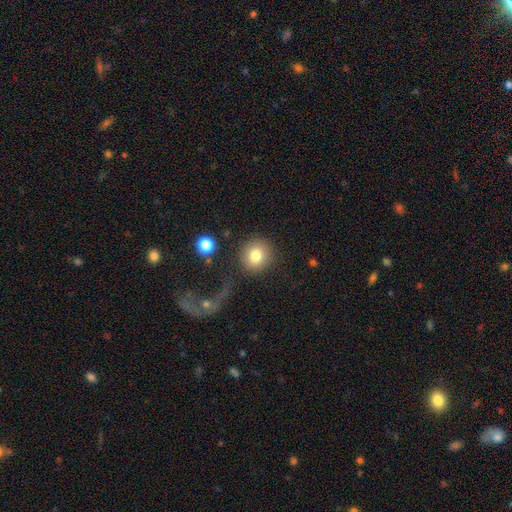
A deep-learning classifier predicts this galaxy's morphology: smooth 81%, featured or disk 10%, star or artifact 9%. Down the decision tree: how rounded — round (89%); merging — none (82%).